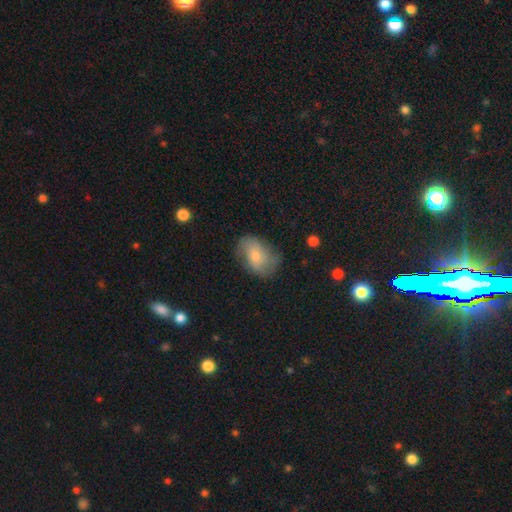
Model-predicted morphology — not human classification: Smooth or featured? Predicted: smooth (p=0.52). How rounded? Predicted: in between (p=0.80). Merging? Predicted: none (p=0.65).